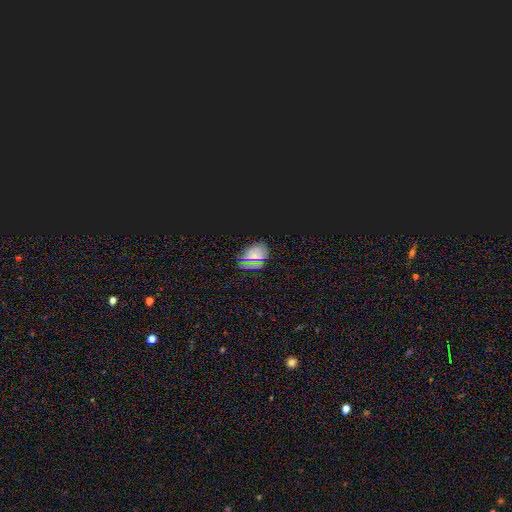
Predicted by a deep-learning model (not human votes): Smooth or featured? star or artifact (47%)